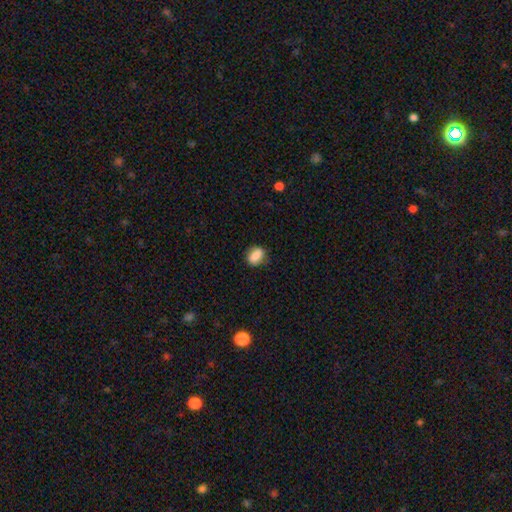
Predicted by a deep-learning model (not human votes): A smooth galaxy with no disk features (84%) that is in between round and cigar-shaped (68%).

Vote fractions:
- Smooth or featured? smooth: 84% / star or artifact: 8% / featured or disk: 8%
- How rounded? in between: 68% / round: 30% / cigar-shaped: 2%
- Merging? none: 79% / minor disturbance: 16% / major disturbance: 4% / merger: 1%